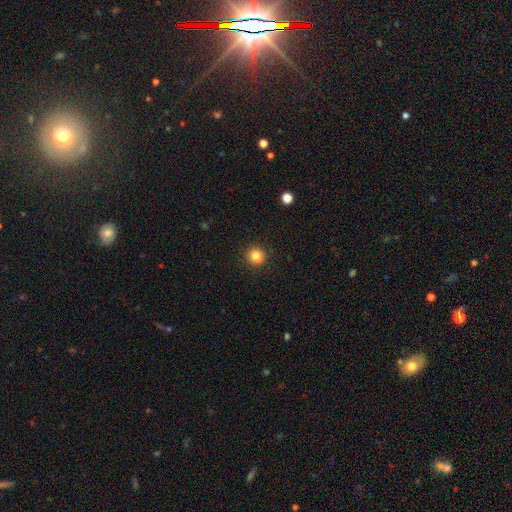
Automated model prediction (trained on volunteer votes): smooth_or_featured: smooth (p=0.84) [alt: star or artifact p=0.11]
how_rounded: round (p=0.95) [alt: in between p=0.04]
merging: none (p=0.92) [alt: minor disturbance p=0.05]